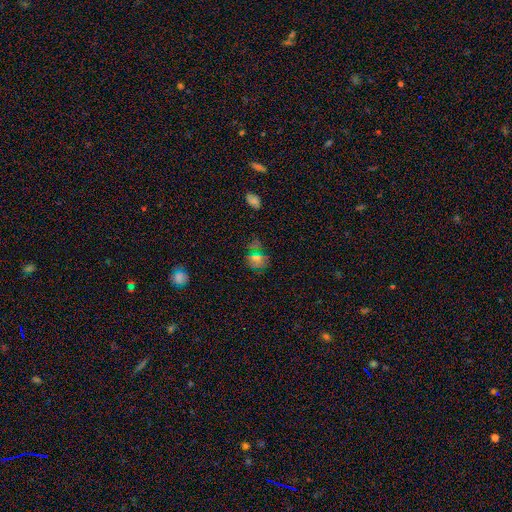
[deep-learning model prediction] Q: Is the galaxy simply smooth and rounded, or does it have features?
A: smooth — 60%.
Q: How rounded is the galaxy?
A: round — 57%.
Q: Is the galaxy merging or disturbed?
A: none — 75%.